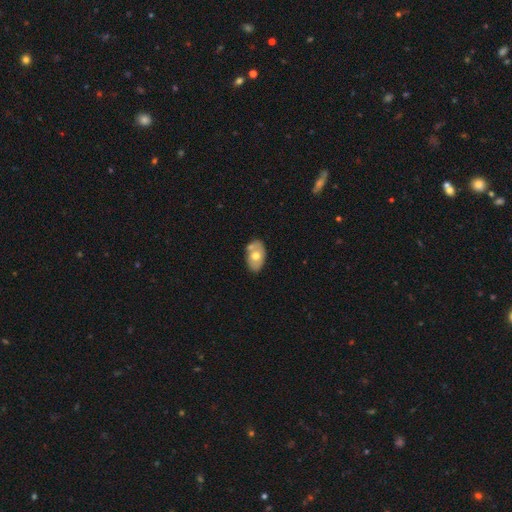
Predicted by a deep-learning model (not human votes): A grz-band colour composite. It shows a smooth galaxy with no disk features (57%) that is in between round and cigar-shaped (89%). Merging: none (63%).